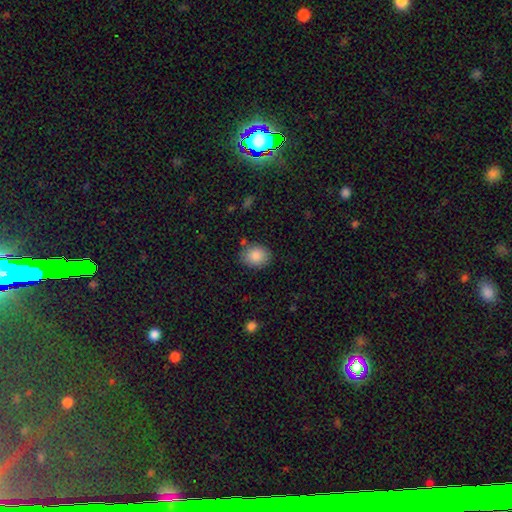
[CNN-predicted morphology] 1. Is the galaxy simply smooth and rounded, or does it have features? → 86% smooth, 8% star or artifact, 6% featured or disk.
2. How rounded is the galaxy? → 51% in between, 48% round, 1% cigar-shaped.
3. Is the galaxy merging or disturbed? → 80% none, 13% minor disturbance, 4% merger, 3% major disturbance.